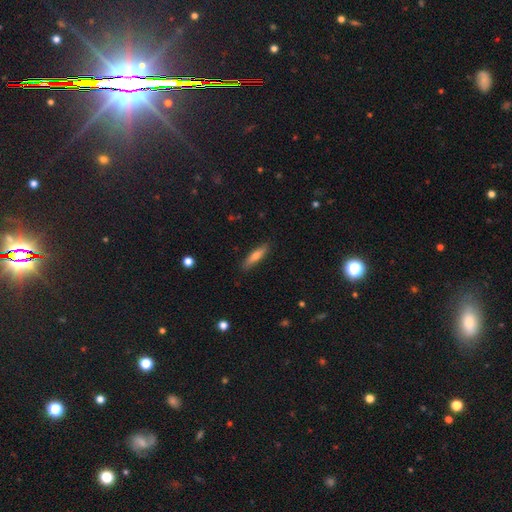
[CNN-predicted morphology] The model was most divided on "smooth or featured": smooth: 66%, featured or disk: 28%, star or artifact: 6%. More confident: merging — none (87%); how rounded — cigar-shaped (78%).